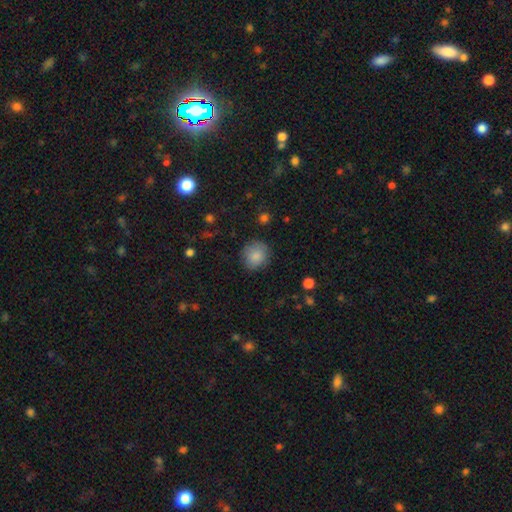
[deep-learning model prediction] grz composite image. It shows a smooth galaxy with no disk features (86%) that is round (85%). Merging: none (81%).